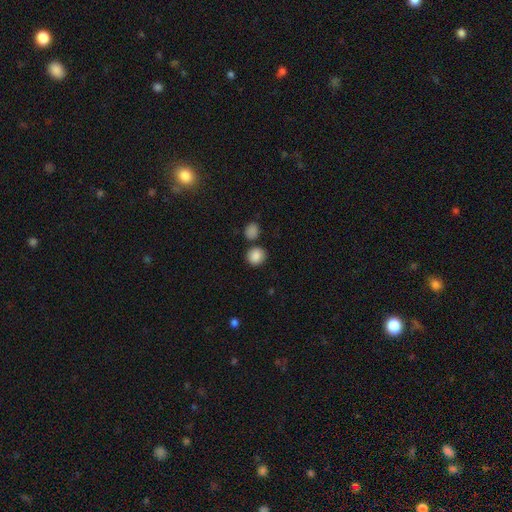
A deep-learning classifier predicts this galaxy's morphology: A smooth galaxy with no disk features (88%) that is round (85%).

Vote fractions:
- Smooth or featured? smooth: 88% / star or artifact: 9% / featured or disk: 4%
- How rounded? round: 85% / in between: 14% / cigar-shaped: 1%
- Merging? none: 77% / merger: 11% / minor disturbance: 9% / major disturbance: 3%